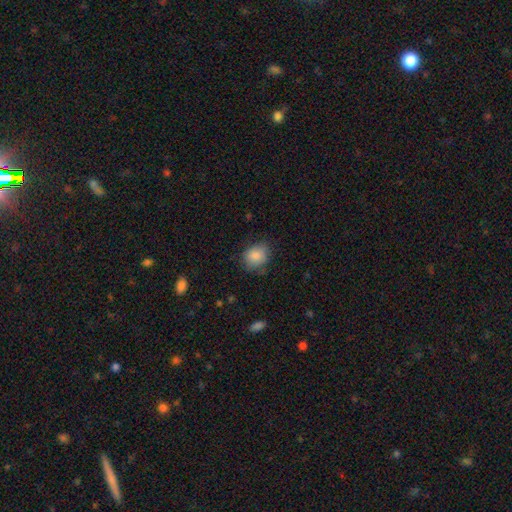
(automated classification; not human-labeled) smooth 86%, star or artifact 8%, featured or disk 6%. Down the decision tree: how rounded — round (56%); merging — none (72%).